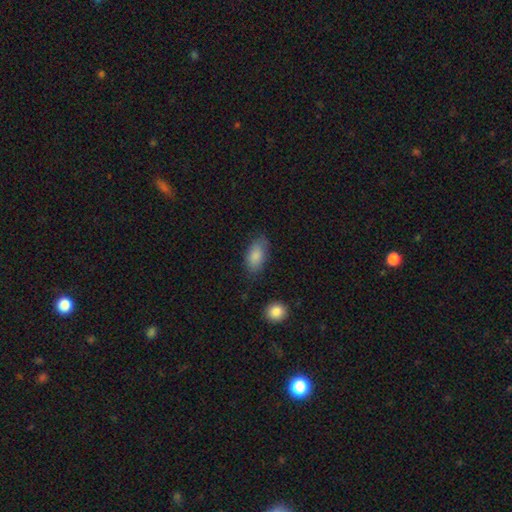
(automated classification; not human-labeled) Overall: smooth (86%). How rounded: in between (91%). Merging: none (72%).